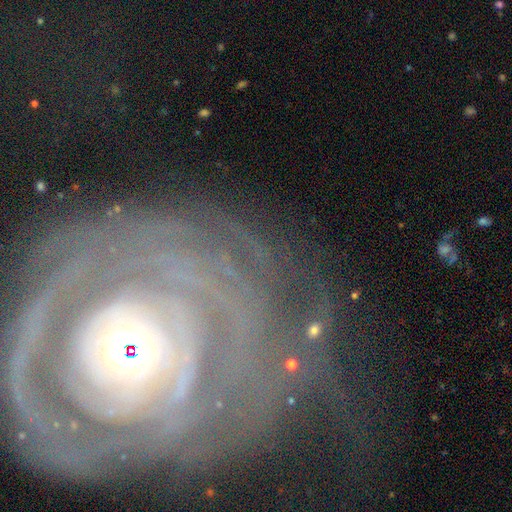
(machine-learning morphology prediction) Smooth or featured? Predicted: featured or disk (p=0.81). Edge-on disk? Predicted: no (p=0.95). Bar? Predicted: no (p=0.68). Spiral arms? Predicted: yes (p=0.83). Spiral winding? Predicted: tight (p=0.81). Spiral arm count? Predicted: can't tell (p=0.42). Bulge size? Predicted: moderate (p=0.48). Merging? Predicted: none (p=0.65).